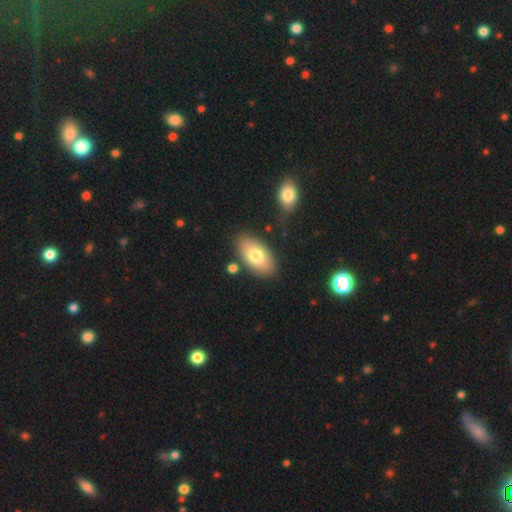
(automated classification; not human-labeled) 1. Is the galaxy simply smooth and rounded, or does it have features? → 75% smooth, 18% featured or disk, 7% star or artifact.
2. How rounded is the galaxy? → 94% in between, 4% round, 2% cigar-shaped.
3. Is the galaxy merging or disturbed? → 82% none, 11% minor disturbance, 5% merger, 3% major disturbance.